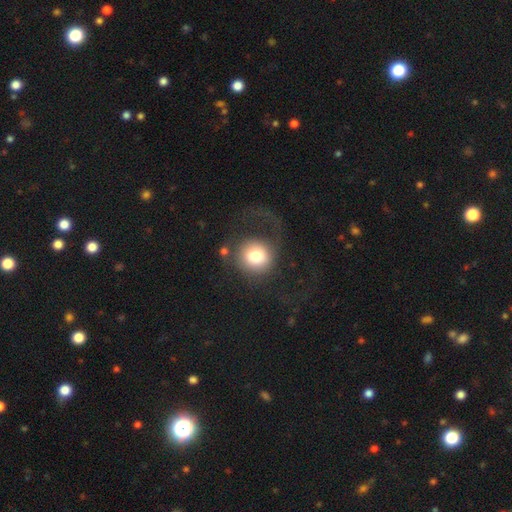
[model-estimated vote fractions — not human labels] A smooth galaxy with no disk features (70%) that is round (92%). Merging: none (46%).